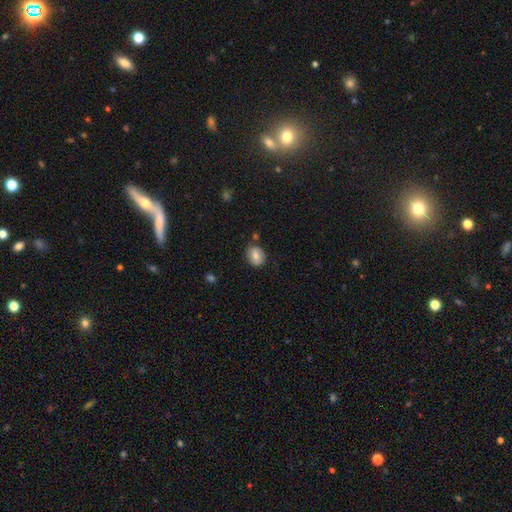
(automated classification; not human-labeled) Smooth or featured: smooth — 76% (featured or disk — 15%)
How rounded: round — 51% (in between — 48%)
Merging: none — 78% (minor disturbance — 15%)